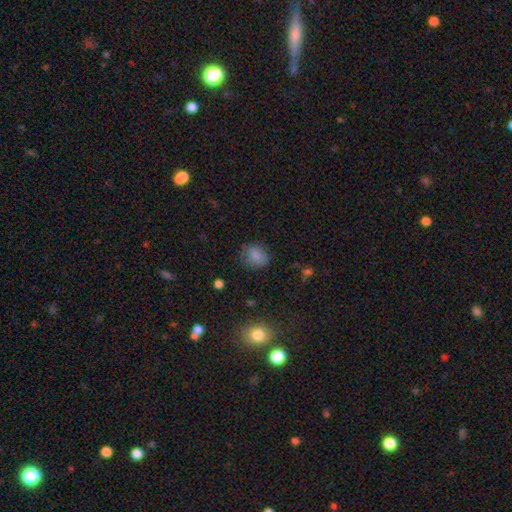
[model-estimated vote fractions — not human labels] smooth-or-featured: smooth: 81% | star or artifact: 12% | featured or disk: 7%
  how-rounded: round: 50% | in between: 49% | cigar-shaped: 1%
  merging: none: 69% | minor disturbance: 22% | major disturbance: 8% | merger: 2%